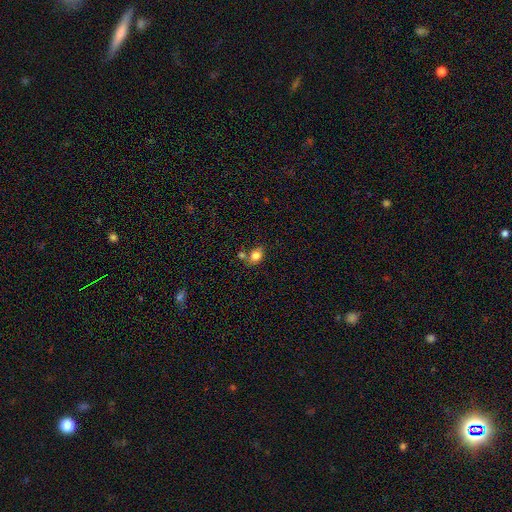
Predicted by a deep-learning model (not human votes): Smooth or featured? smooth (82%)
How rounded? in between (63%)
Merging? none (60%)